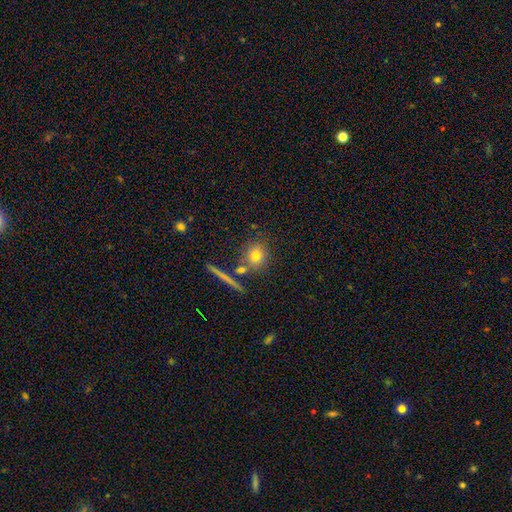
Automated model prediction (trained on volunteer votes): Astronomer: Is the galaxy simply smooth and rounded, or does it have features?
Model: smooth — 74%.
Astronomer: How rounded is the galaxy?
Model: round — 79%.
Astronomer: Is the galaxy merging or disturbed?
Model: none — 71%.